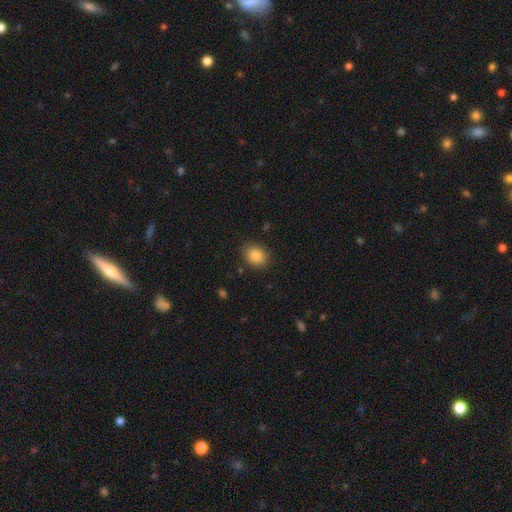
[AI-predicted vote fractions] This appears to be a smooth galaxy with no disk features (86%) that is in between round and cigar-shaped (52%). Merging: none (85%).